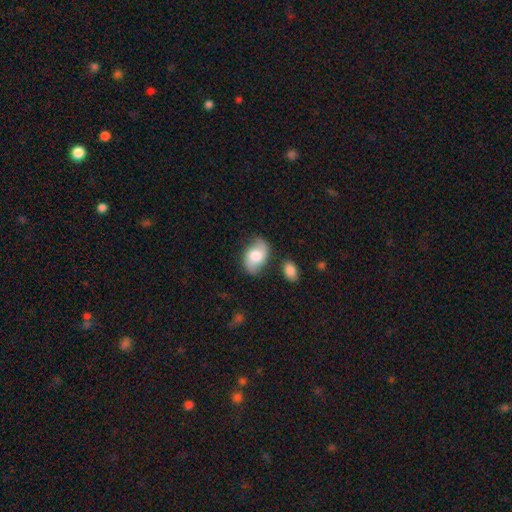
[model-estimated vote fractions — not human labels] The model was most divided on "smooth or featured": smooth: 61%, featured or disk: 32%, star or artifact: 7%. More confident: how rounded — in between (89%); merging — none (69%).